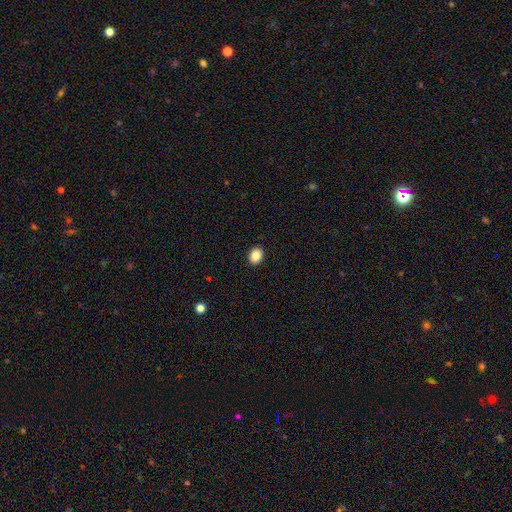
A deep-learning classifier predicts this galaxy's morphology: The model was most divided on "how rounded": in between: 58%, round: 41%, cigar-shaped: 1%. More confident: merging — none (92%); smooth or featured — smooth (86%).